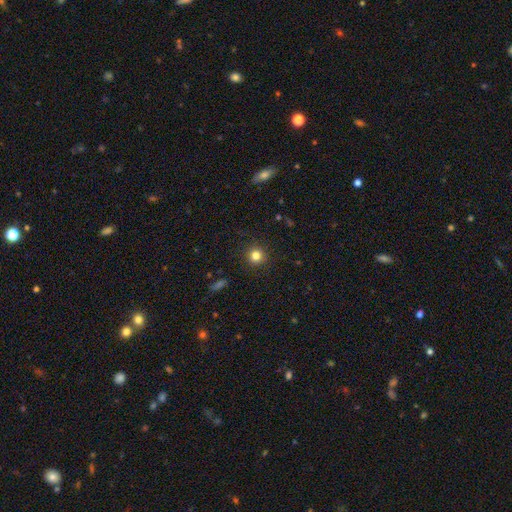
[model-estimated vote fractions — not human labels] Q: Smooth or featured?
A: smooth (81%); runner-up: star or artifact (13%)
Q: How rounded?
A: round (94%); runner-up: in between (5%)
Q: Merging?
A: none (92%); runner-up: minor disturbance (5%)